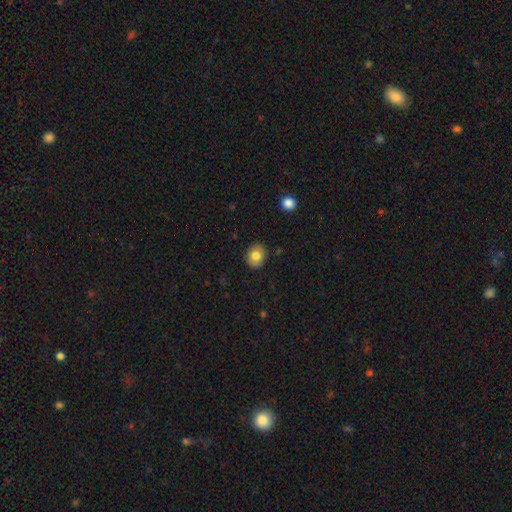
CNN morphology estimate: Q: Smooth or featured?
A: smooth (80%); runner-up: featured or disk (11%)
Q: How rounded?
A: round (56%); runner-up: in between (43%)
Q: Merging?
A: none (89%); runner-up: minor disturbance (8%)